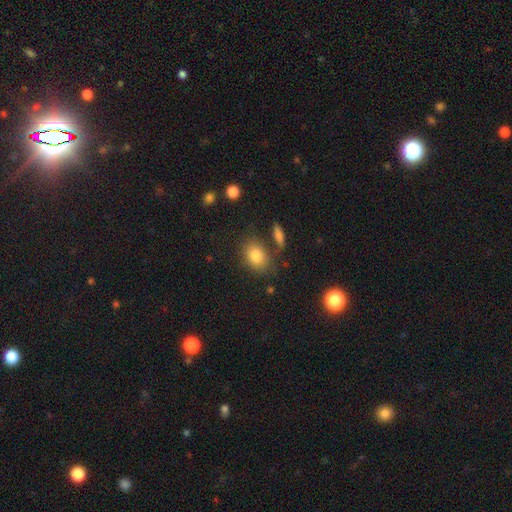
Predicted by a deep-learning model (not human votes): A smooth galaxy with no disk features (83%) that is in between round and cigar-shaped (72%).

Vote fractions:
- Smooth or featured? smooth: 83% / star or artifact: 9% / featured or disk: 8%
- How rounded? in between: 72% / round: 26% / cigar-shaped: 2%
- Merging? none: 71% / minor disturbance: 16% / merger: 8% / major disturbance: 5%